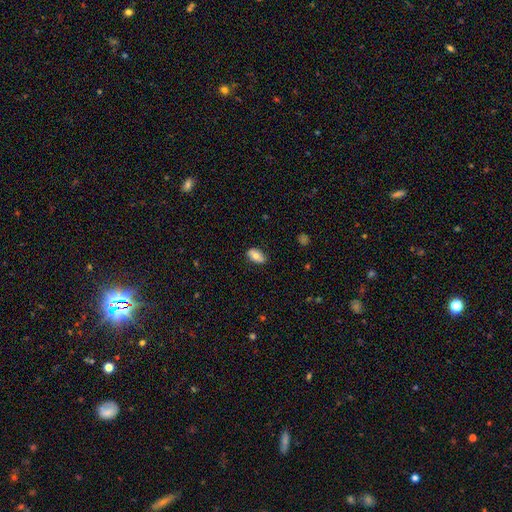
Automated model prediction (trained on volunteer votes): Morphology: type=smooth (72%); roundness=in between (90%); merging=none (80%).